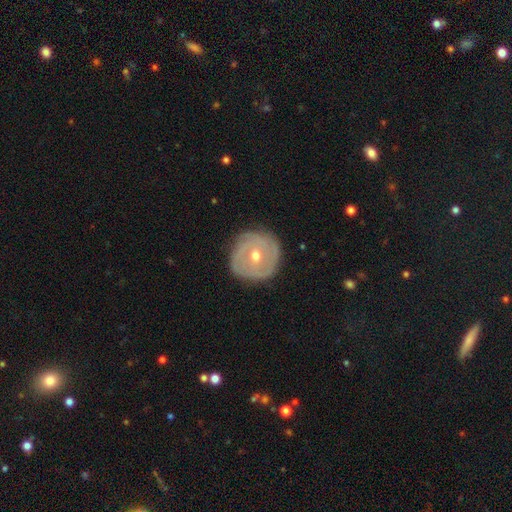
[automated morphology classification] smooth_or_featured: featured or disk (p=0.69) [alt: smooth p=0.24]
disk_edge_on: no (p=0.96) [alt: yes p=0.04]
bar: no (p=0.67) [alt: weak p=0.26]
has_spiral_arms: yes (p=0.71) [alt: no p=0.29]
bulge_size: moderate (p=0.66) [alt: small p=0.31]
merging: none (p=0.81) [alt: minor disturbance p=0.14]